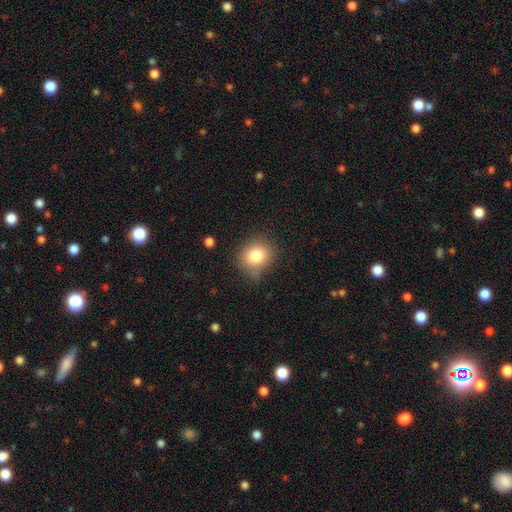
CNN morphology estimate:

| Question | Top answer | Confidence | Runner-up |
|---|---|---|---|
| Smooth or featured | smooth | 79% | star or artifact (11%) |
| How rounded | round | 75% | in between (24%) |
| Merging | none | 72% | minor disturbance (20%) |